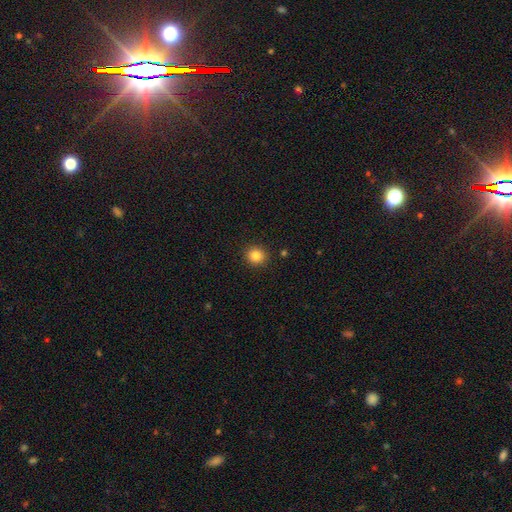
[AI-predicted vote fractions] Overall: smooth (84%). How rounded: round (89%). Merging: none (91%).